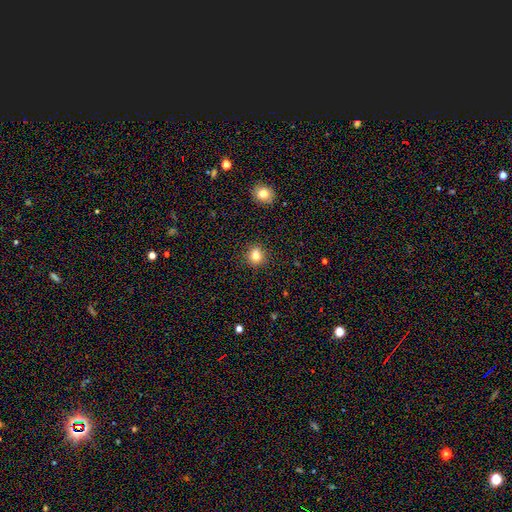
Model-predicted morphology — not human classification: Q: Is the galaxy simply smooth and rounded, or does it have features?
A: smooth — 79%.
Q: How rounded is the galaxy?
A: round — 85%.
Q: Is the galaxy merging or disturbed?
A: none — 89%.